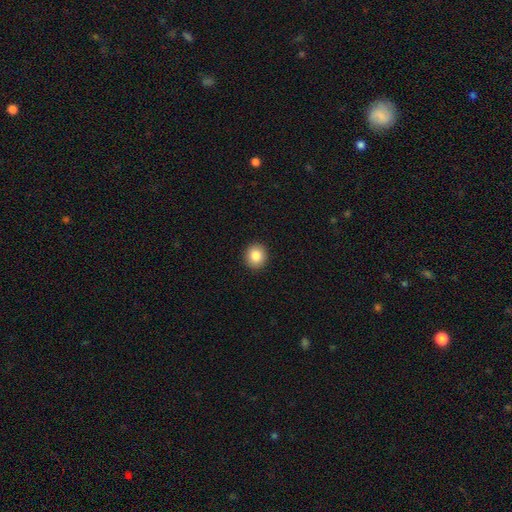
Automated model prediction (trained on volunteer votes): Q: Smooth or featured?
A: smooth (85%); runner-up: star or artifact (9%)
Q: How rounded?
A: round (87%); runner-up: in between (12%)
Q: Merging?
A: none (93%); runner-up: minor disturbance (5%)